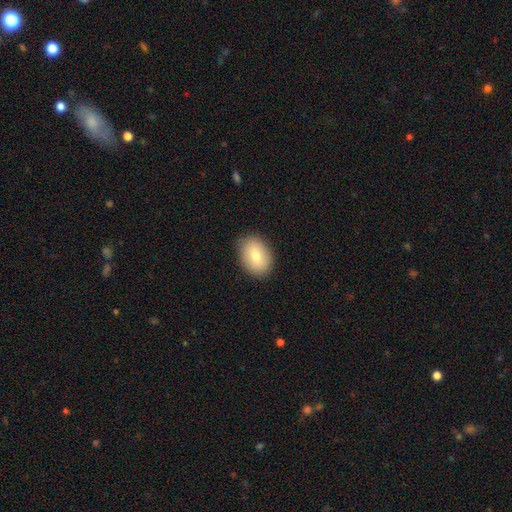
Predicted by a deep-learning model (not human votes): Smooth or featured: smooth — 76% (featured or disk — 16%)
How rounded: in between — 78% (round — 21%)
Merging: none — 87% (minor disturbance — 10%)